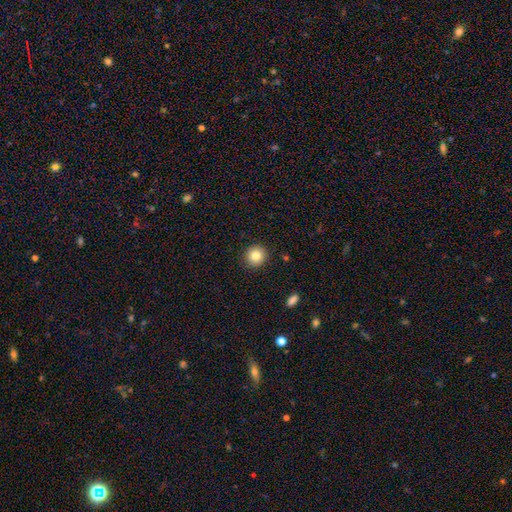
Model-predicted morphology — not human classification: A smooth galaxy with no disk features (82%) that is round (94%).

Vote fractions:
- Smooth or featured? smooth: 82% / star or artifact: 10% / featured or disk: 8%
- How rounded? round: 94% / in between: 5% / cigar-shaped: 1%
- Merging? none: 91% / minor disturbance: 6% / major disturbance: 2% / merger: 1%